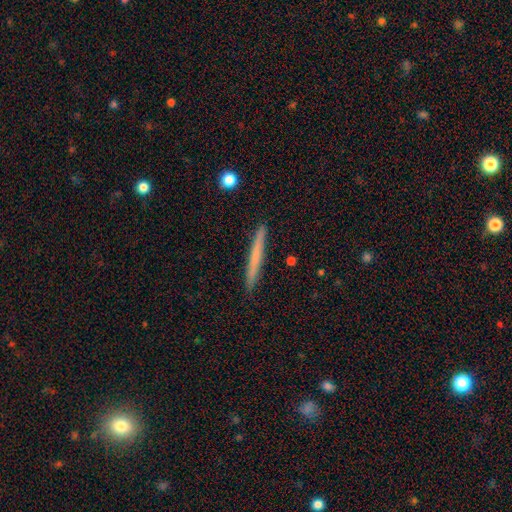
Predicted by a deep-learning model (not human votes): Overall: smooth (59%; featured or disk 36%). How rounded: cigar-shaped (97%). Merging: none (92%).